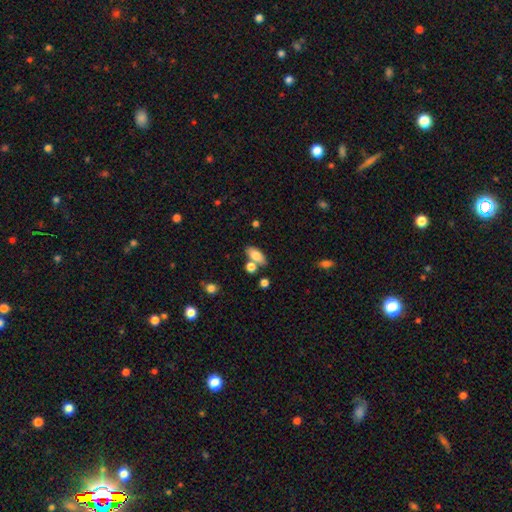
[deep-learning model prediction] Q: Smooth or featured?
A: smooth (78%); runner-up: featured or disk (14%)
Q: How rounded?
A: in between (84%); runner-up: cigar-shaped (12%)
Q: Merging?
A: none (63%); runner-up: merger (21%)